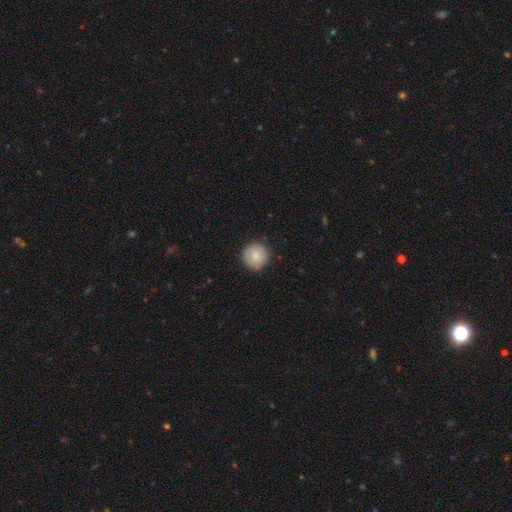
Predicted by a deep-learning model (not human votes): smooth 84%, featured or disk 9%, star or artifact 7%. Down the decision tree: how rounded — round (96%); merging — none (89%).